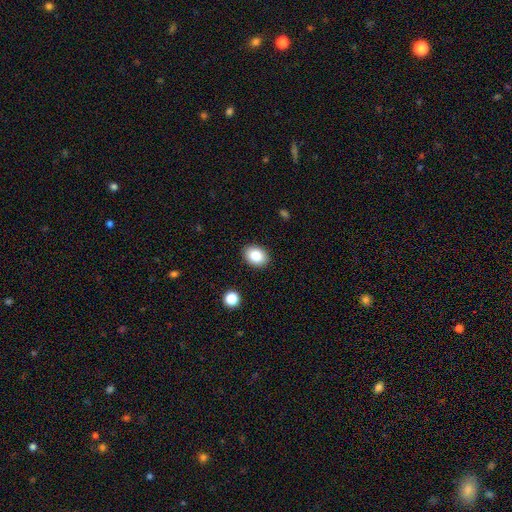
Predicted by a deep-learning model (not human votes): Smooth or featured: smooth — 86% (star or artifact — 8%)
How rounded: in between — 70% (round — 29%)
Merging: none — 89% (minor disturbance — 8%)